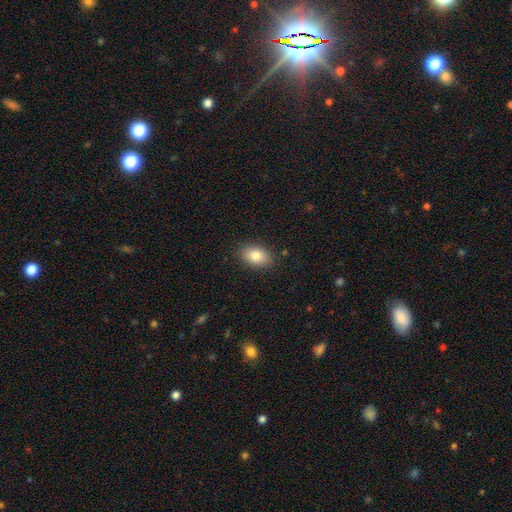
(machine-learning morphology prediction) smooth-or-featured: smooth: 82% | featured or disk: 10% | star or artifact: 8%
  how-rounded: in between: 88% | round: 10% | cigar-shaped: 2%
  merging: none: 87% | minor disturbance: 10% | major disturbance: 2% | merger: 1%